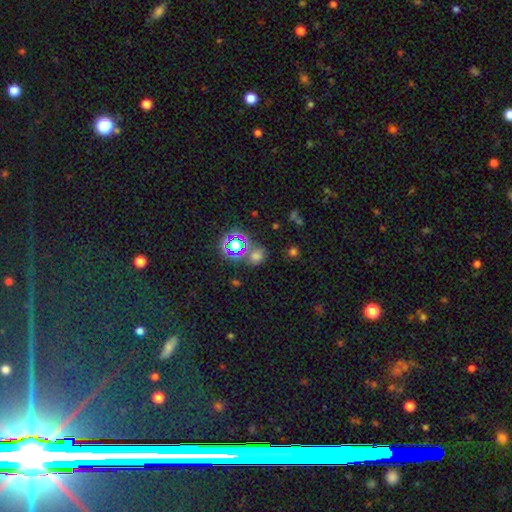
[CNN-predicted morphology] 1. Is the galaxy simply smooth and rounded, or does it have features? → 52% smooth, 41% star or artifact, 8% featured or disk.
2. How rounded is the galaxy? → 65% round, 33% in between, 1% cigar-shaped.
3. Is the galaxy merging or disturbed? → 66% none, 16% merger, 12% minor disturbance, 6% major disturbance.